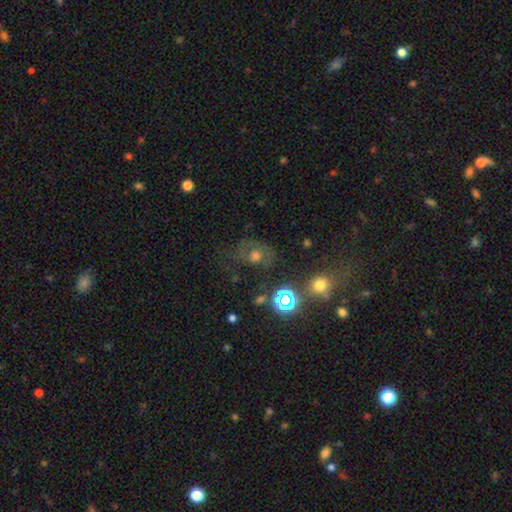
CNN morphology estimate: Smooth or featured? smooth (44%)
Merging? none (50%)